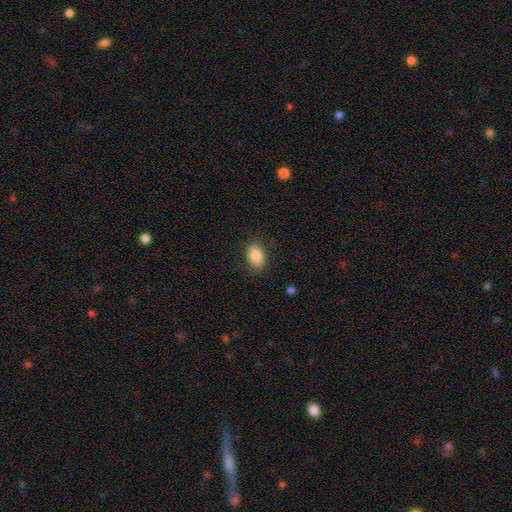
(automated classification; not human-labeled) Q: Smooth or featured?
A: smooth (84%); runner-up: featured or disk (8%)
Q: How rounded?
A: in between (88%); runner-up: round (10%)
Q: Merging?
A: none (83%); runner-up: minor disturbance (12%)